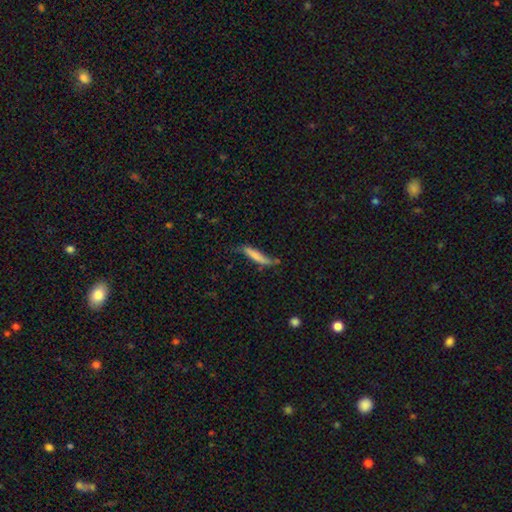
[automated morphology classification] Overall: smooth (65%; featured or disk 28%). How rounded: cigar-shaped (87%). Merging: none (51%; minor disturbance 31%).